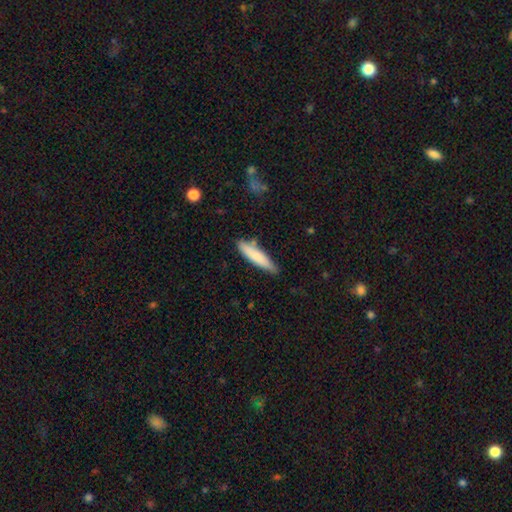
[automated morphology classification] smooth-or-featured: smooth: 78% | featured or disk: 16% | star or artifact: 6%
  how-rounded: cigar-shaped: 81% | in between: 18% | round: 1%
  merging: none: 77% | minor disturbance: 17% | merger: 3% | major disturbance: 3%